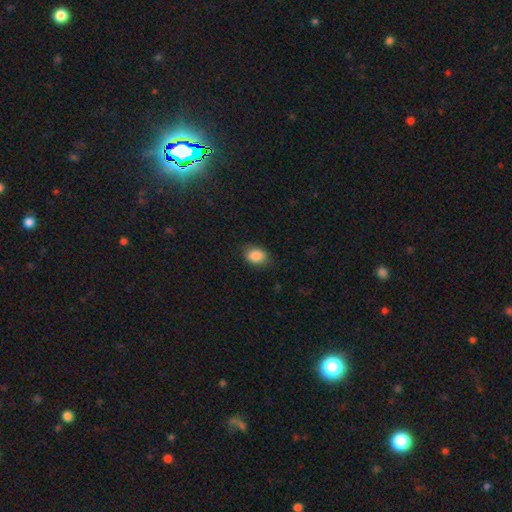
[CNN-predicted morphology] This appears to be a smooth galaxy with no disk features (87%) that is in between round and cigar-shaped (63%). Merging: none (81%).